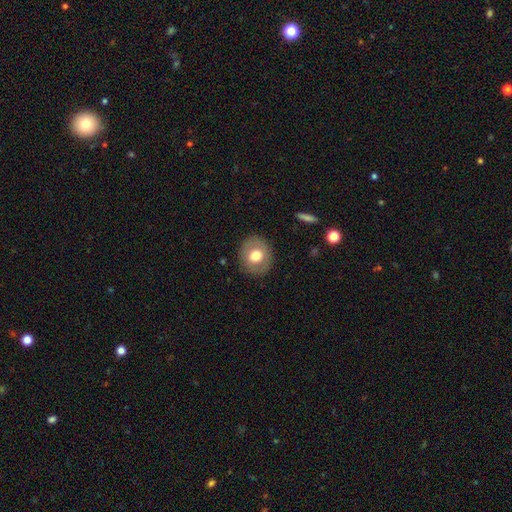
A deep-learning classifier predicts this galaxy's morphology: The model was most divided on "smooth or featured": smooth: 67%, featured or disk: 26%, star or artifact: 8%. More confident: merging — none (86%); how rounded — round (75%).